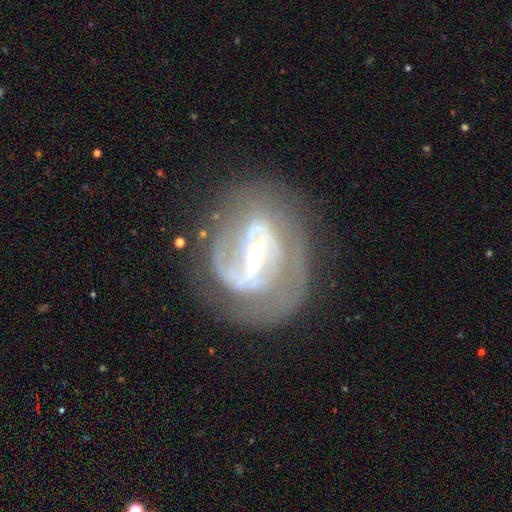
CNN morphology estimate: Overall: featured or disk (86%). Edge-on disk: no (96%). Bar: strong (62%; weak 30%). Spiral arms: yes (91%). Spiral arm count: 2 (55%; can't tell 19%). Spiral winding: tight (45%; medium 41%). Bulge size: small (62%; moderate 31%). Merging: none (61%).